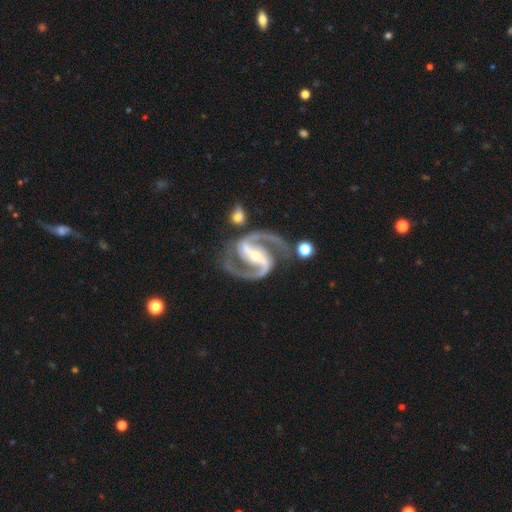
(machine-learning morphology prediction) Q: Smooth or featured?
A: featured or disk (94%); runner-up: star or artifact (4%)
Q: Edge-on disk?
A: no (98%); runner-up: yes (2%)
Q: Bar?
A: strong (69%); runner-up: weak (21%)
Q: Spiral arms?
A: yes (99%); runner-up: no (1%)
Q: Spiral winding?
A: medium (68%); runner-up: tight (18%)
Q: Spiral arm count?
A: 2 (94%); runner-up: 3 (2%)
Q: Bulge size?
A: small (58%); runner-up: moderate (38%)
Q: Merging?
A: none (77%); runner-up: minor disturbance (13%)